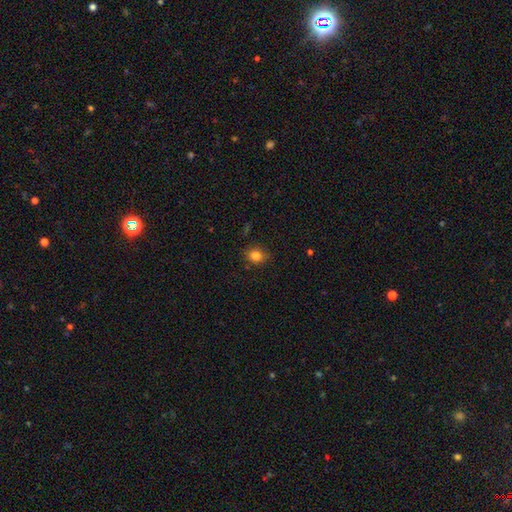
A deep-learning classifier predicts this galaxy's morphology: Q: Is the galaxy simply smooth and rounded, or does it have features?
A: smooth — 83%.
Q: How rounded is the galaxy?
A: round — 64%.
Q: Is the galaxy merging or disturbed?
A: none — 82%.